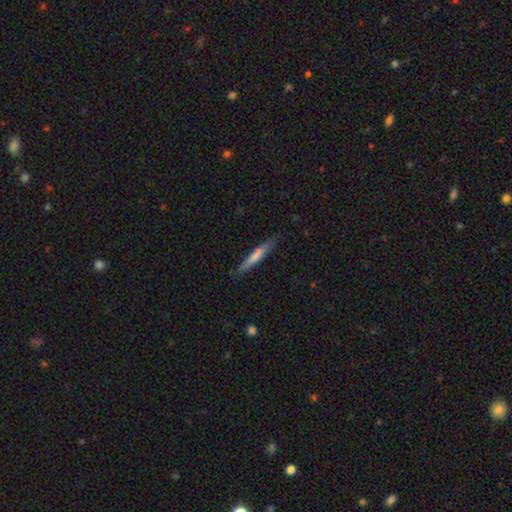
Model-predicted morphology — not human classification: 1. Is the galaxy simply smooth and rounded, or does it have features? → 67% smooth, 28% featured or disk, 6% star or artifact.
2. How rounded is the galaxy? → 93% cigar-shaped, 5% in between, 1% round.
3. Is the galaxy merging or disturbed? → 84% none, 12% minor disturbance, 2% major disturbance, 2% merger.